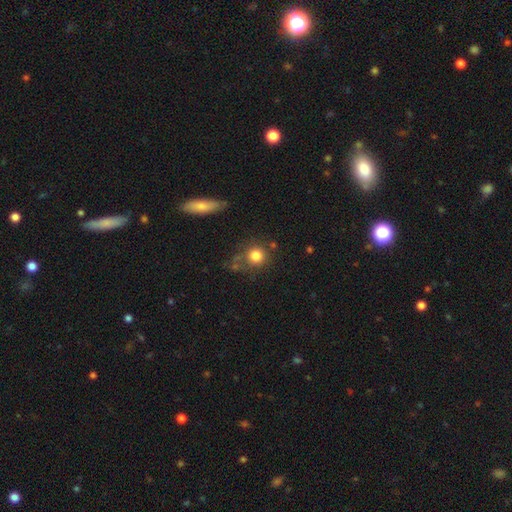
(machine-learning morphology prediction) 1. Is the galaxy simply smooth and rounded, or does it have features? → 81% smooth, 10% star or artifact, 8% featured or disk.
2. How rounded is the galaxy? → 90% round, 9% in between, 1% cigar-shaped.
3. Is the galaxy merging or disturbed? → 66% none, 16% minor disturbance, 11% merger, 8% major disturbance.